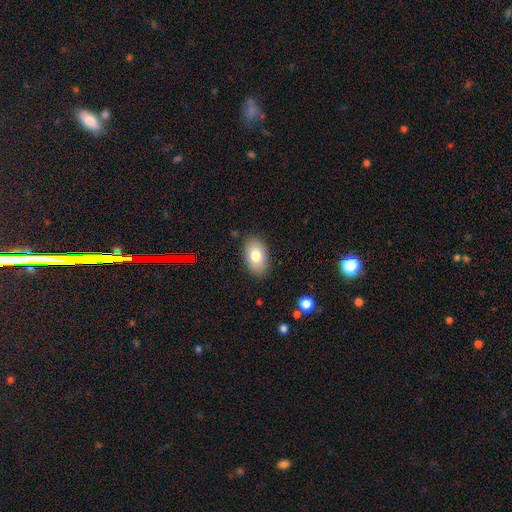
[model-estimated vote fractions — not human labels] Smooth or featured? smooth (78%)
How rounded? in between (91%)
Merging? none (86%)